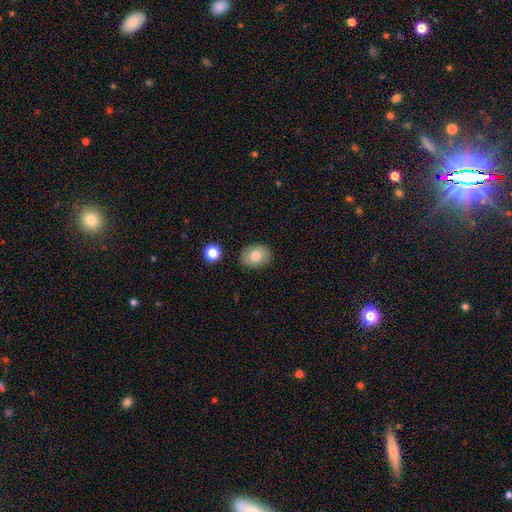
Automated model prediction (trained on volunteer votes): This appears to be a smooth galaxy with no disk features (77%) that is in between round and cigar-shaped (55%). Merging: none (86%).